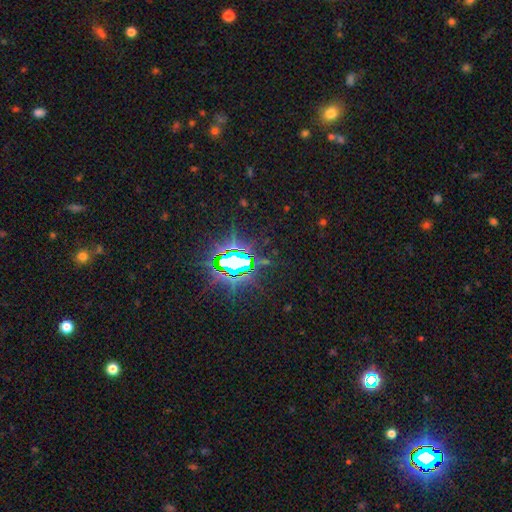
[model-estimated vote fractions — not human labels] Q: Smooth or featured?
A: star or artifact (82%); runner-up: smooth (11%)